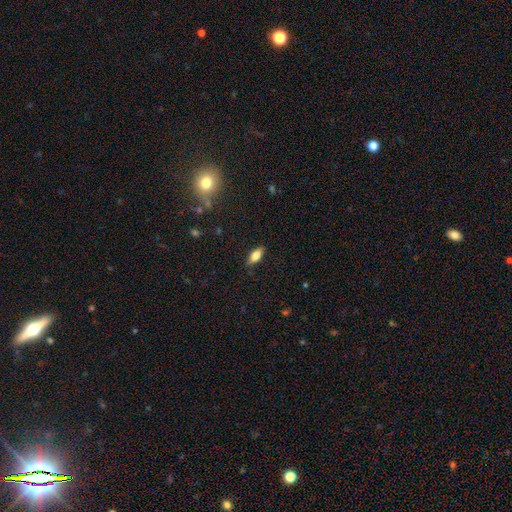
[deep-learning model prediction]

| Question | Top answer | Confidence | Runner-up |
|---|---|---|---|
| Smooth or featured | smooth | 77% | featured or disk (15%) |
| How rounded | in between | 82% | cigar-shaped (15%) |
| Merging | none | 86% | minor disturbance (11%) |